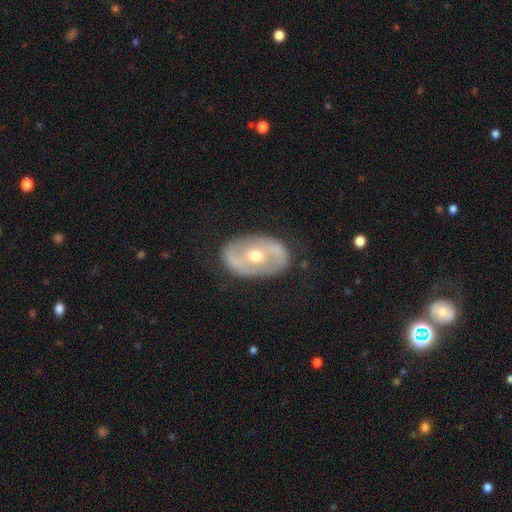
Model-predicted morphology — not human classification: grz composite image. It shows a featured or disk galaxy (75%) with no bar (47%), spiral arms (63%) and a moderate central bulge (59%). Merging: none (80%).